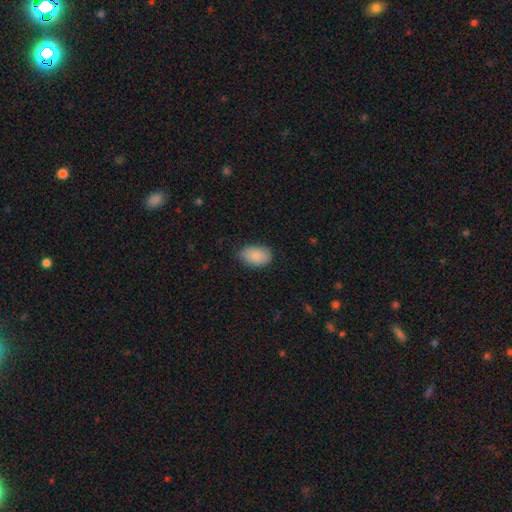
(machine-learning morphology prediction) Overall: smooth (87%). How rounded: in between (90%). Merging: none (82%).